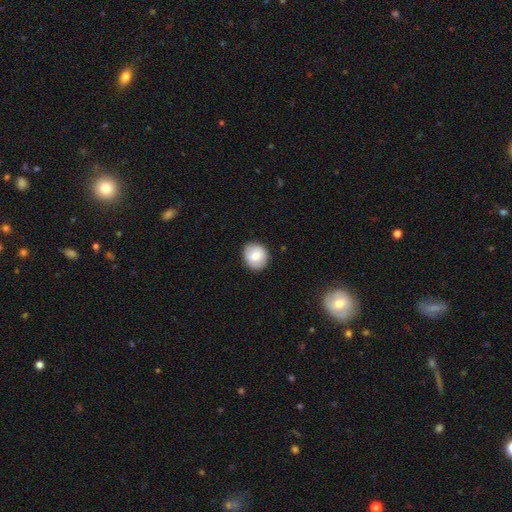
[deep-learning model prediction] Smooth or featured?
  - smooth: 76% *
  - featured or disk: 16%
  - star or artifact: 7%
How rounded?
  - round: 77% *
  - in between: 22%
  - cigar-shaped: 1%
Merging?
  - none: 88% *
  - minor disturbance: 9%
  - major disturbance: 2%
  - merger: 1%